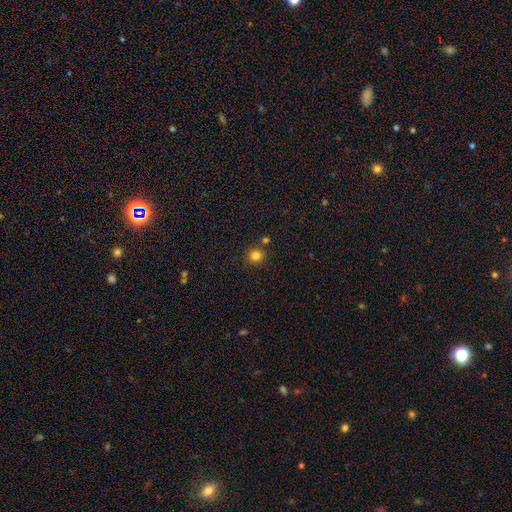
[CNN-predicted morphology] Smooth or featured? Predicted: smooth (p=0.81). How rounded? Predicted: round (p=0.93). Merging? Predicted: none (p=0.80).